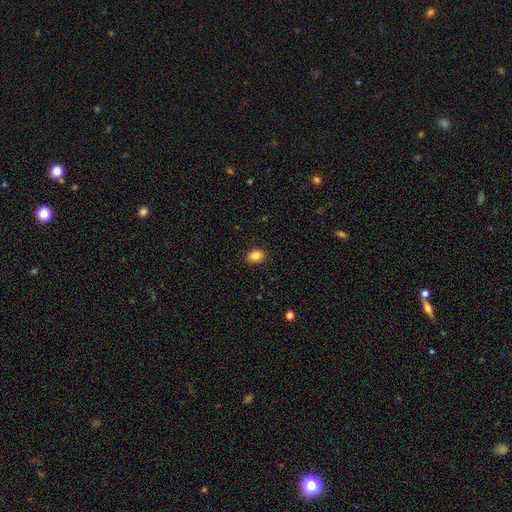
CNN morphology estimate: smooth_or_featured: smooth (p=0.85) [alt: star or artifact p=0.10]
how_rounded: in between (p=0.70) [alt: round p=0.29]
merging: none (p=0.87) [alt: minor disturbance p=0.10]